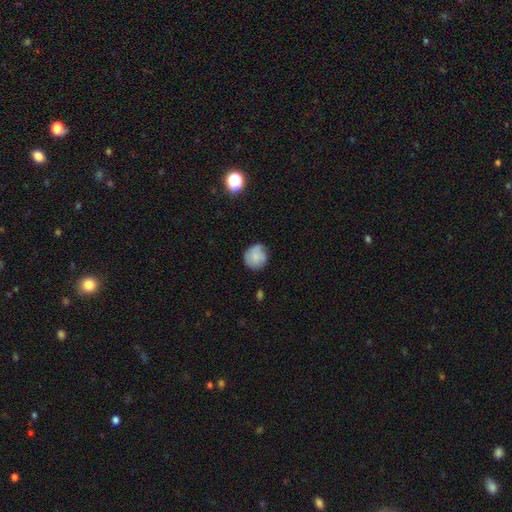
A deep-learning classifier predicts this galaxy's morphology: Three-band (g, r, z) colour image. It shows a smooth galaxy with no disk features (75%) that is round (86%). Merging: none (71%).